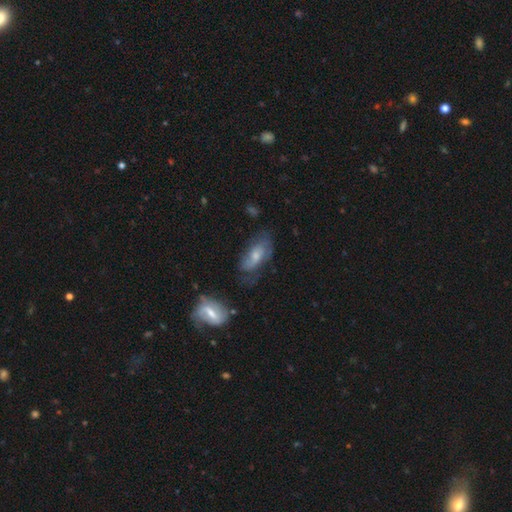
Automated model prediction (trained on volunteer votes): A featured or disk galaxy (48%). Merging: none (49%).